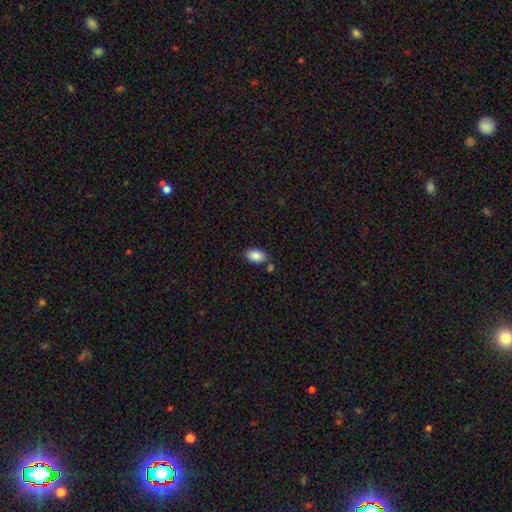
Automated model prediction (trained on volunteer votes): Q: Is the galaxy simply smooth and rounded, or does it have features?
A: smooth — 87%.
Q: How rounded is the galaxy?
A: in between — 90%.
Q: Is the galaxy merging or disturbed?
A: none — 75%.